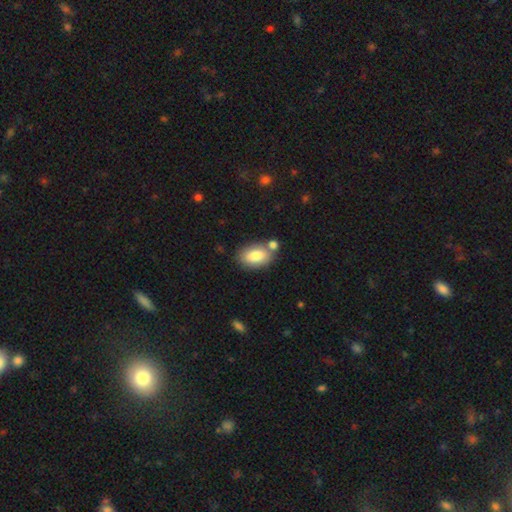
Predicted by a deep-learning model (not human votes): The model was most divided on "merging": none: 66%, merger: 18%, minor disturbance: 13%, major disturbance: 3%. More confident: how rounded — in between (92%); smooth or featured — smooth (83%).